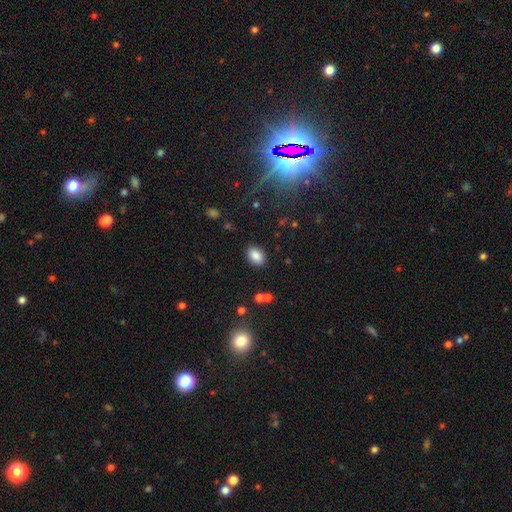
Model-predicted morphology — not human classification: A smooth galaxy with no disk features (86%) that is in between round and cigar-shaped (85%). Merging: none (87%).